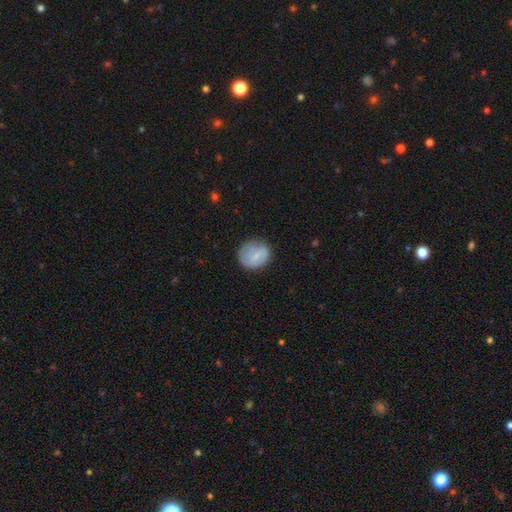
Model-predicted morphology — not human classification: The model was most divided on "how rounded": round: 69%, in between: 30%, cigar-shaped: 1%. More confident: smooth or featured — smooth (72%); merging — none (66%).